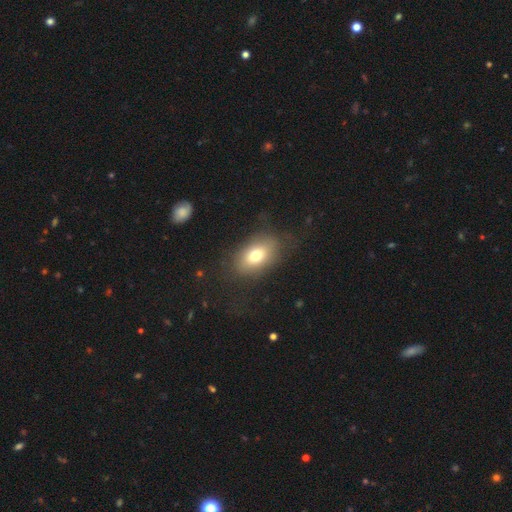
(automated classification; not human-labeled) The model was most divided on "smooth or featured": smooth: 72%, featured or disk: 18%, star or artifact: 10%. More confident: how rounded — in between (85%); merging — none (74%).